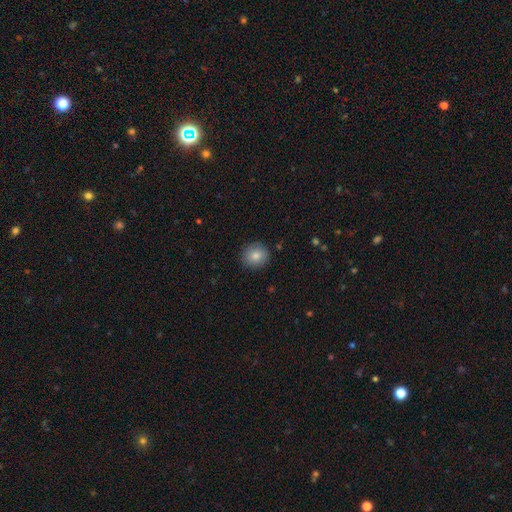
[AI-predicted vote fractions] Smooth or featured? smooth (82%)
How rounded? round (87%)
Merging? none (88%)